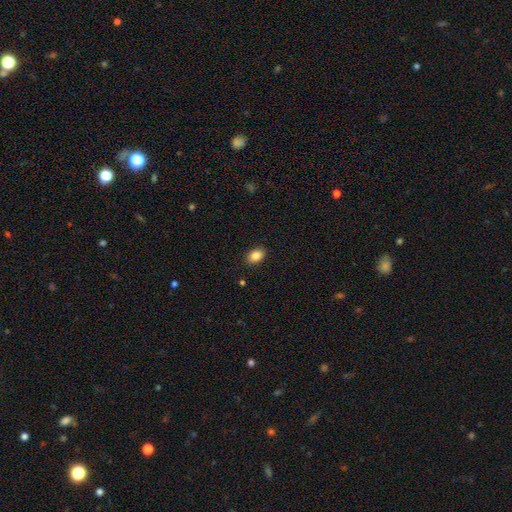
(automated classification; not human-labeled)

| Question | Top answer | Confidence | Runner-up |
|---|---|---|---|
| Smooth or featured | smooth | 86% | star or artifact (9%) |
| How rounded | in between | 78% | round (21%) |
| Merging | none | 89% | minor disturbance (8%) |